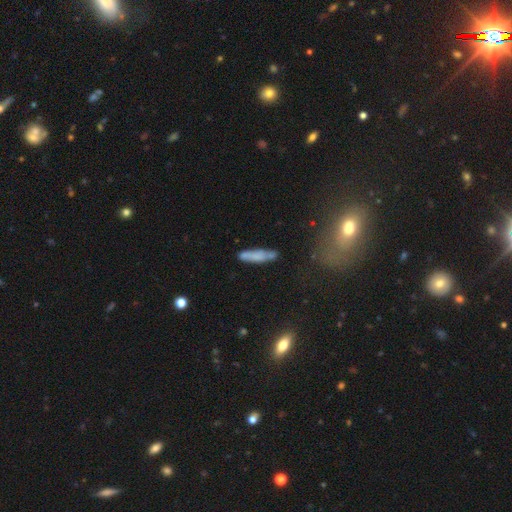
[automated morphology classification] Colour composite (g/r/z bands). It shows a smooth galaxy with no disk features (66%) that is cigar-shaped (83%). Merging: none (66%).